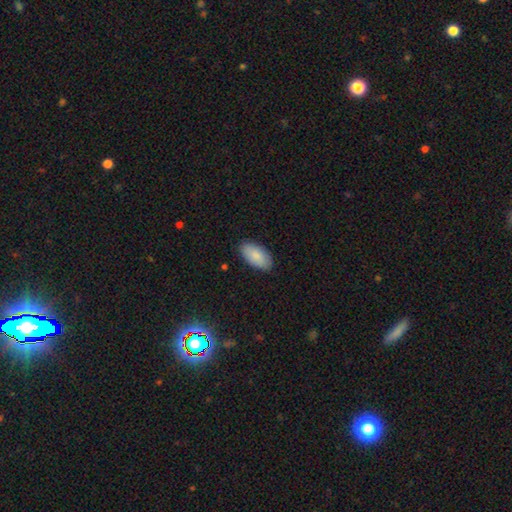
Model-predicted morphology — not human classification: Smooth or featured?
  - smooth: 88% *
  - featured or disk: 7%
  - star or artifact: 6%
How rounded?
  - in between: 95% *
  - cigar-shaped: 3%
  - round: 2%
Merging?
  - none: 87% *
  - minor disturbance: 10%
  - major disturbance: 2%
  - merger: 1%